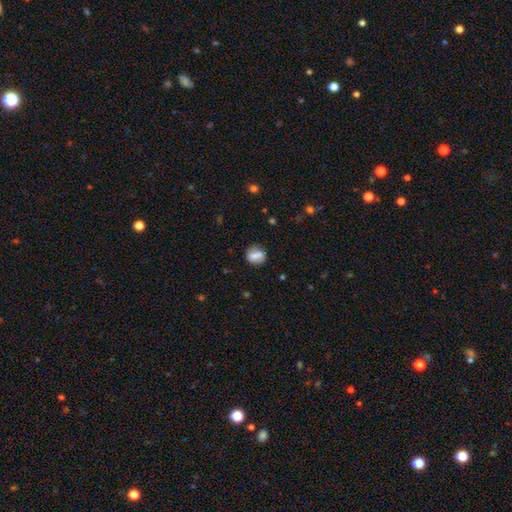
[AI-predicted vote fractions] A smooth galaxy with no disk features (63%) that is round (69%). Merging: none (73%).